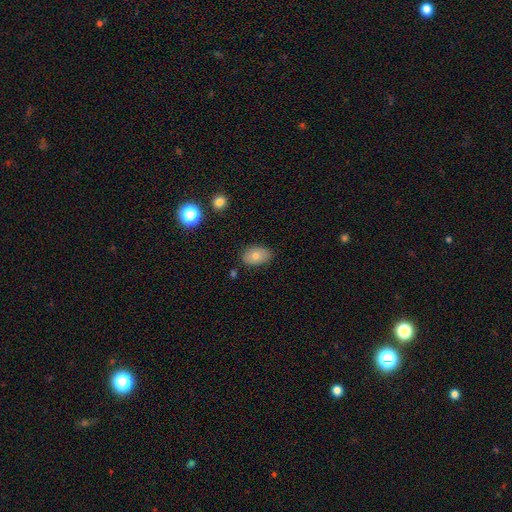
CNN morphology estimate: This appears to be a smooth galaxy with no disk features (73%) that is in between round and cigar-shaped (84%). Merging: none (82%).